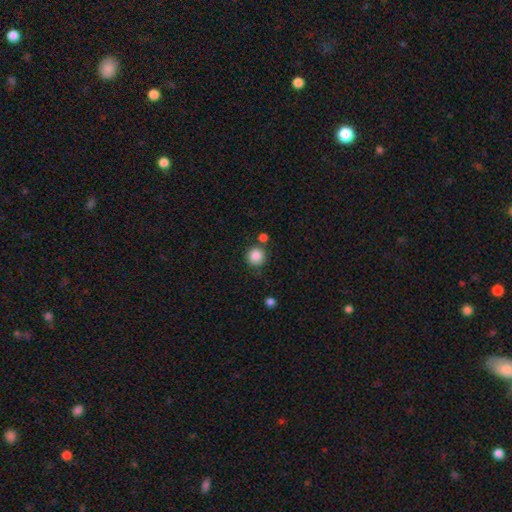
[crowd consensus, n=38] A smooth galaxy with no disk features (92%) that is round (100%). Merging: none (81%).